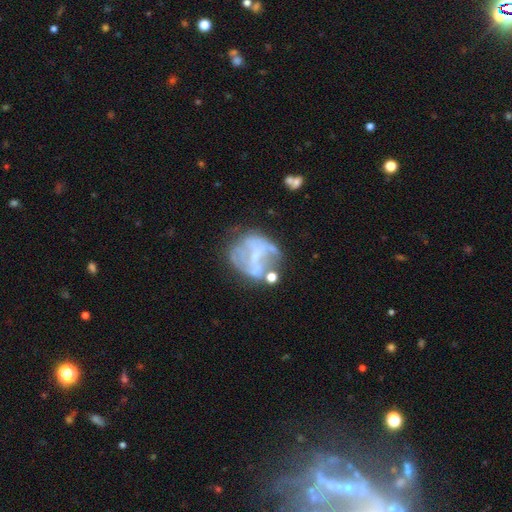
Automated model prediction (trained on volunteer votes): smooth-or-featured: featured or disk: 69% | smooth: 20% | star or artifact: 12%
  disk-edge-on: no: 98% | yes: 2%
    bar: no: 51% | weak: 34% | strong: 15%
    has-spiral-arms: no: 59% | yes: 41%
    bulge-size: small: 42% | none: 39% | moderate: 16% | large: 2% | dominant: 1%
  merging: none: 44% | major disturbance: 24% | minor disturbance: 21% | merger: 12%